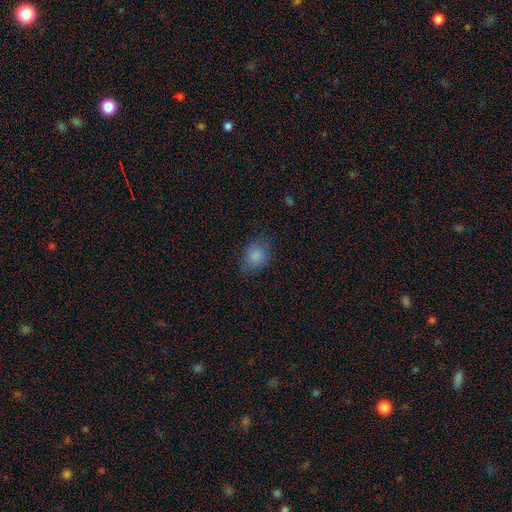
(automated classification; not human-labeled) This is clearly a smooth galaxy (86%). How rounded: possibly round (51%). Merging: likely none (76%).